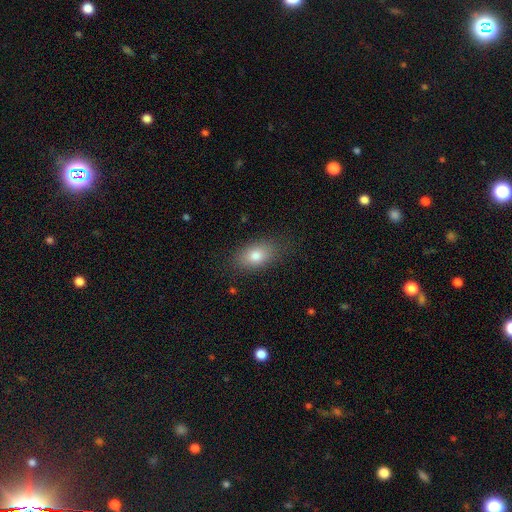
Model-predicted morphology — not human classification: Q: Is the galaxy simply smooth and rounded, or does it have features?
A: smooth — 80%.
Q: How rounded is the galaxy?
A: in between — 87%.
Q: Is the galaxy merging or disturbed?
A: none — 81%.